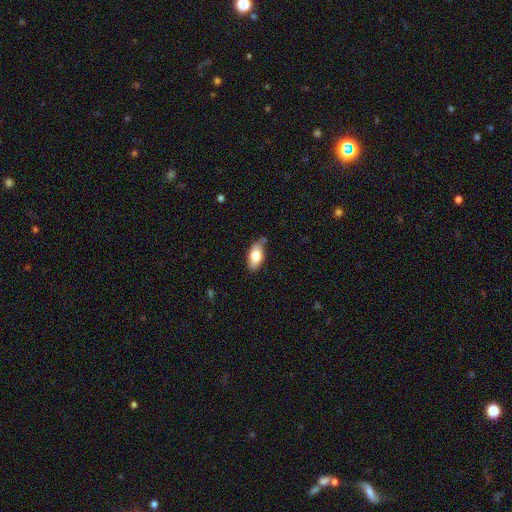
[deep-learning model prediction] Smooth or featured? Predicted: smooth (p=0.78). How rounded? Predicted: in between (p=0.91). Merging? Predicted: none (p=0.75).